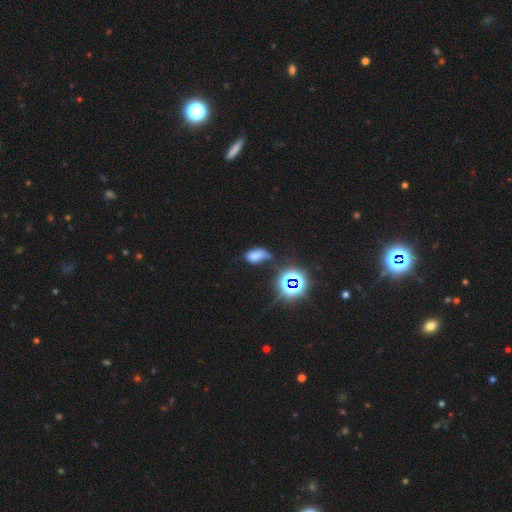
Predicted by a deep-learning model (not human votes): Morphology: type=smooth (63%); roundness=in between (89%); merging=none (35%).